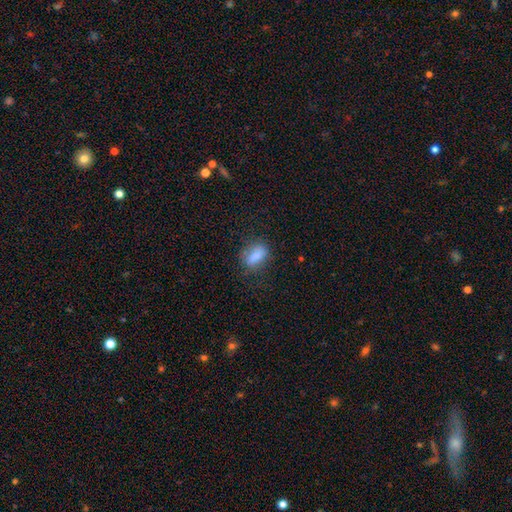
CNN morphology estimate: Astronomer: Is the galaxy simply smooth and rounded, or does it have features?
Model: smooth — 81%.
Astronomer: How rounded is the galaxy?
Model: in between — 79%.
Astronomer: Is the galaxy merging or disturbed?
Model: none — 70%.